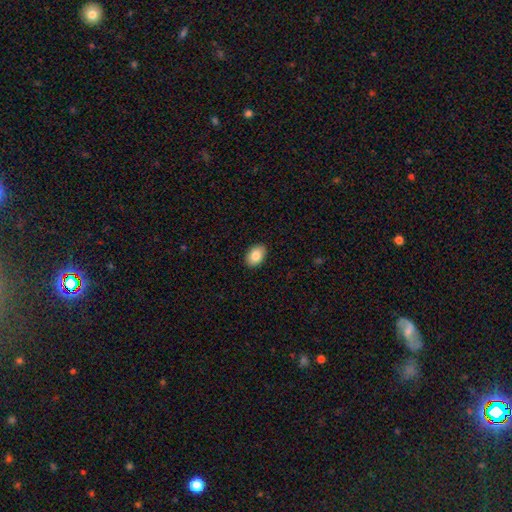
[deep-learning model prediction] Smooth or featured: smooth — 84% (featured or disk — 9%)
How rounded: in between — 86% (round — 13%)
Merging: none — 89% (minor disturbance — 8%)